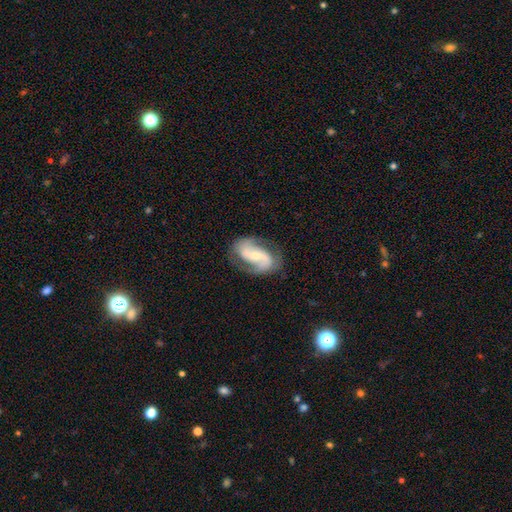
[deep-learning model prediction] smooth_or_featured: featured or disk (p=0.83) [alt: smooth p=0.12]
disk_edge_on: no (p=0.97) [alt: yes p=0.03]
bar: weak (p=0.38) [alt: no p=0.33]
has_spiral_arms: yes (p=0.94) [alt: no p=0.06]
spiral_winding: medium (p=0.47) [alt: loose p=0.32]
spiral_arm_count: 2 (p=0.88) [alt: can't tell p=0.05]
bulge_size: small (p=0.53) [alt: moderate p=0.42]
merging: none (p=0.74) [alt: minor disturbance p=0.17]